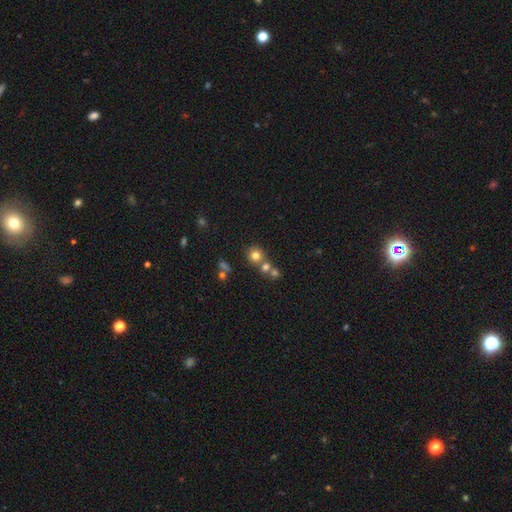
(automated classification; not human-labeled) This is likely a smooth galaxy (73%). How rounded: clearly round (87%). Merging: possibly none (57%).